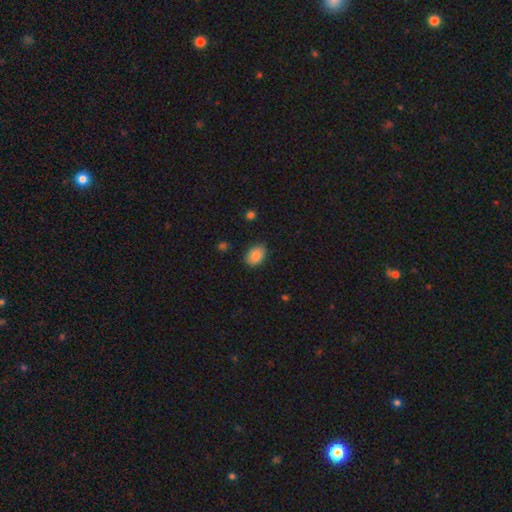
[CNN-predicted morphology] Q: Smooth or featured?
A: smooth (87%); runner-up: star or artifact (8%)
Q: How rounded?
A: in between (81%); runner-up: round (18%)
Q: Merging?
A: none (84%); runner-up: minor disturbance (12%)